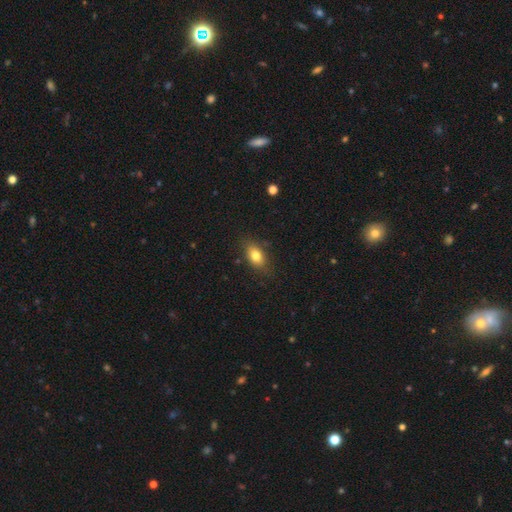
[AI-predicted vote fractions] A smooth galaxy with no disk features (80%) that is in between round and cigar-shaped (84%). Merging: none (80%).